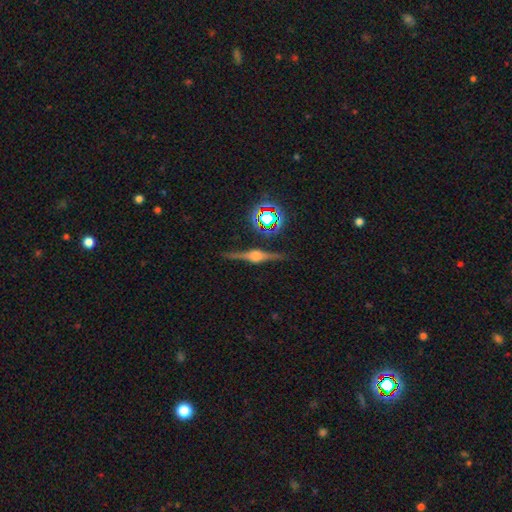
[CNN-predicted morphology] The model was most divided on "smooth or featured": featured or disk: 82%, star or artifact: 10%, smooth: 8%. More confident: edge-on disk — yes (97%); edge-on bulge — rounded (89%); merging — none (88%).